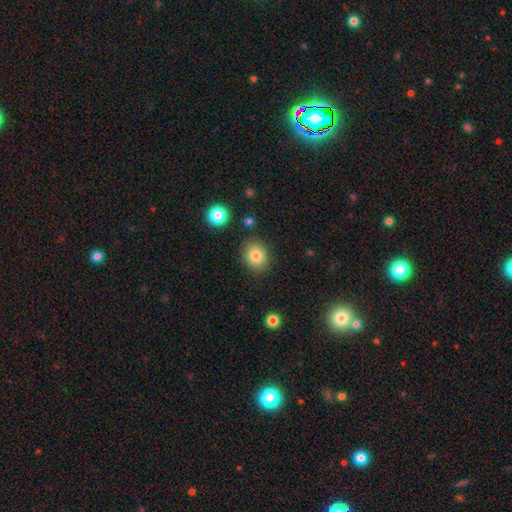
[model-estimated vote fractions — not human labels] A smooth galaxy with no disk features (83%) that is round (64%). Merging: none (86%).